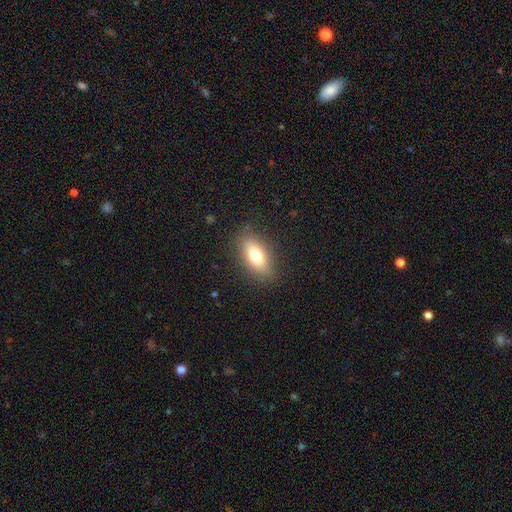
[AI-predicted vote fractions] Morphology: type=smooth (74%); roundness=in between (84%); merging=none (85%).